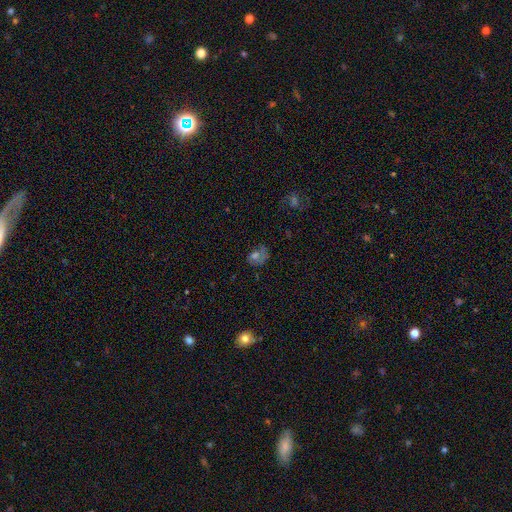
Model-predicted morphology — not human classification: type=smooth (45%); merging=none (45%).